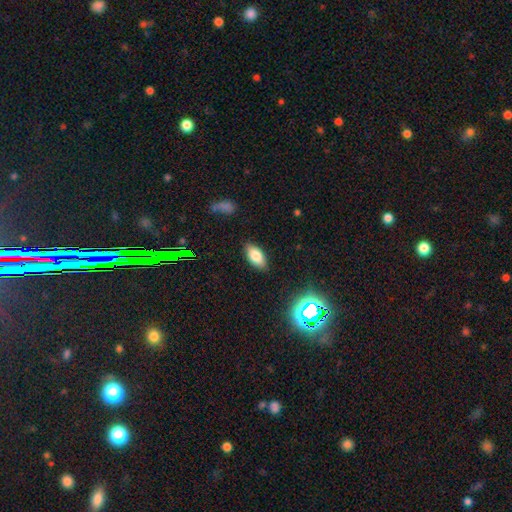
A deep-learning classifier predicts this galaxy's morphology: Smooth or featured? Predicted: smooth (p=0.79). How rounded? Predicted: in between (p=0.92). Merging? Predicted: none (p=0.86).